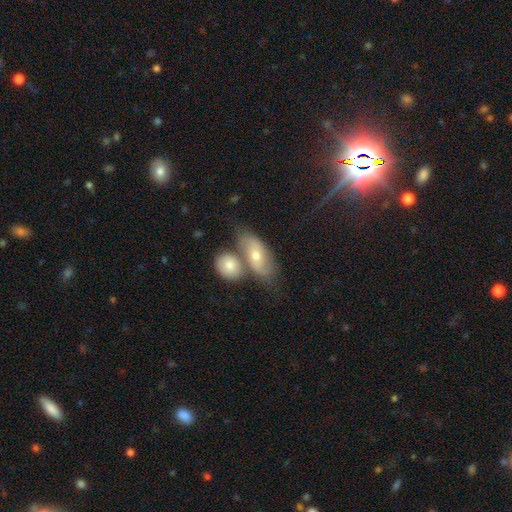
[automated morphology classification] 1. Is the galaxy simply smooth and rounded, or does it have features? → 49% smooth, 43% featured or disk, 8% star or artifact.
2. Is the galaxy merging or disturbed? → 43% merger, 39% none, 13% minor disturbance, 5% major disturbance.